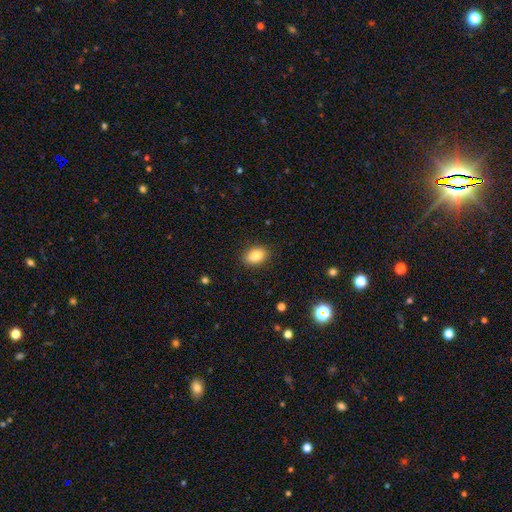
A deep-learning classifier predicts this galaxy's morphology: type=smooth (85%); roundness=in between (82%); merging=none (88%).